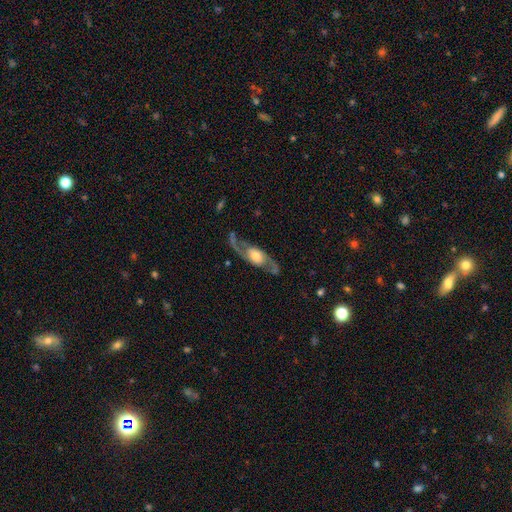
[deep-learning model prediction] Smooth or featured? featured or disk (86%)
Edge-on disk? no (88%)
Bar? no (59%)
Spiral arms? yes (94%)
Spiral winding? loose (52%)
Spiral arm count? 2 (92%)
Bulge size? moderate (51%)
Merging? none (75%)